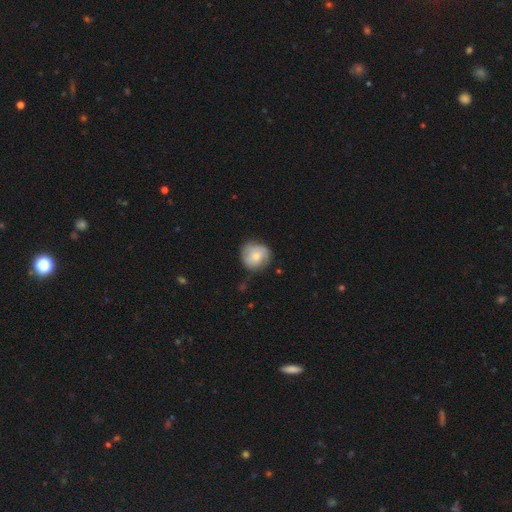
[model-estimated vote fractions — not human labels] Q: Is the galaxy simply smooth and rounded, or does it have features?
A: smooth — 59%.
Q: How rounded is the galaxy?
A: round — 88%.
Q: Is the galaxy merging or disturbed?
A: none — 71%.